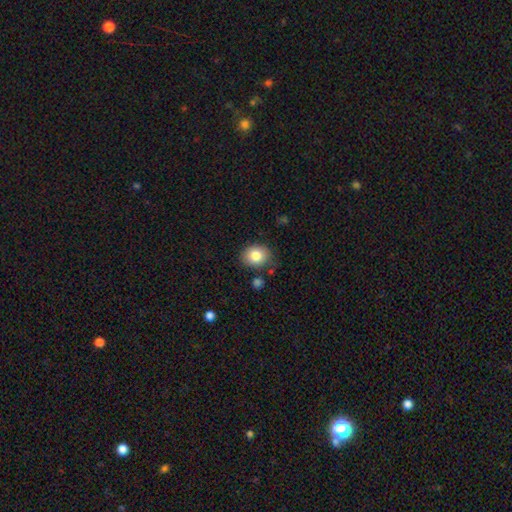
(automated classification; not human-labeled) Q: Smooth or featured?
A: smooth (82%); runner-up: star or artifact (9%)
Q: How rounded?
A: round (58%); runner-up: in between (41%)
Q: Merging?
A: none (80%); runner-up: minor disturbance (13%)